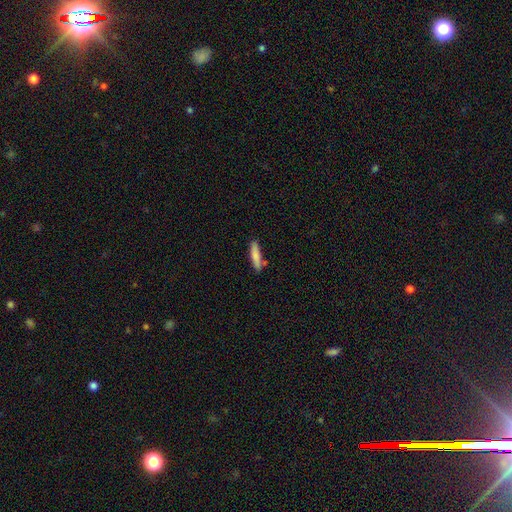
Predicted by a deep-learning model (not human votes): Smooth or featured? Predicted: smooth (p=0.80). How rounded? Predicted: cigar-shaped (p=0.83). Merging? Predicted: none (p=0.80).